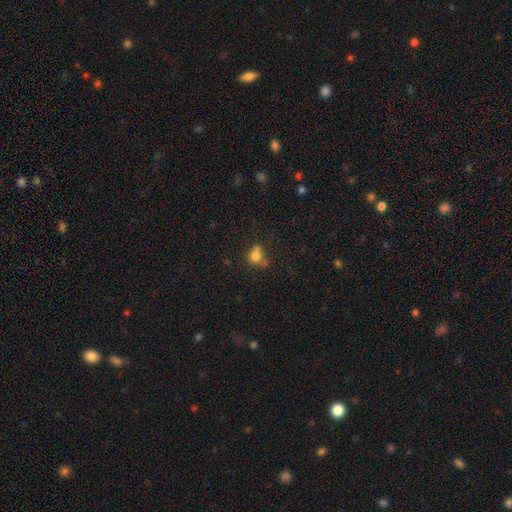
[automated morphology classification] Smooth or featured? smooth (76%)
How rounded? round (71%)
Merging? none (47%)